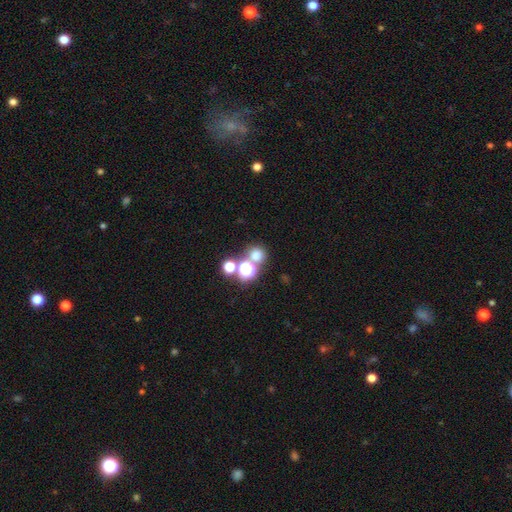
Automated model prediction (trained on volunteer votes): Smooth or featured? smooth (65%)
How rounded? round (86%)
Merging? none (60%)